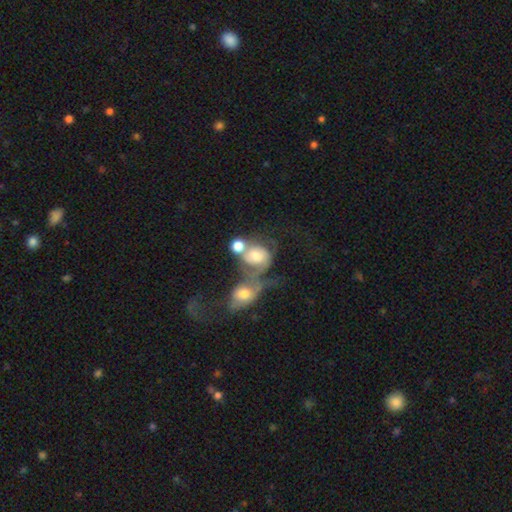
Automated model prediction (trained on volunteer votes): Smooth or featured? Predicted: featured or disk (p=0.45). Merging? Predicted: merger (p=0.66).